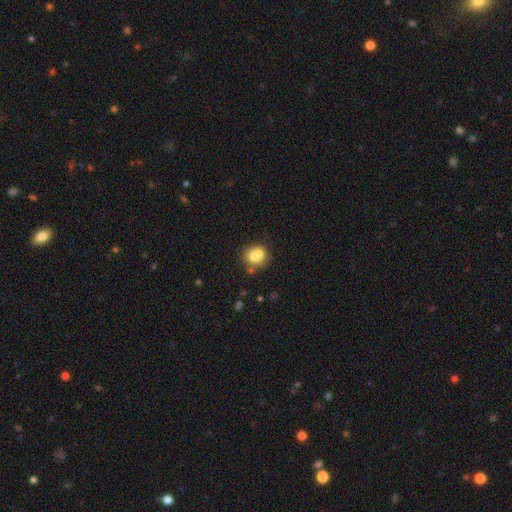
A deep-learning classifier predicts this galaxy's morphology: Smooth or featured? Predicted: smooth (p=0.70). How rounded? Predicted: round (p=0.84). Merging? Predicted: none (p=0.50).